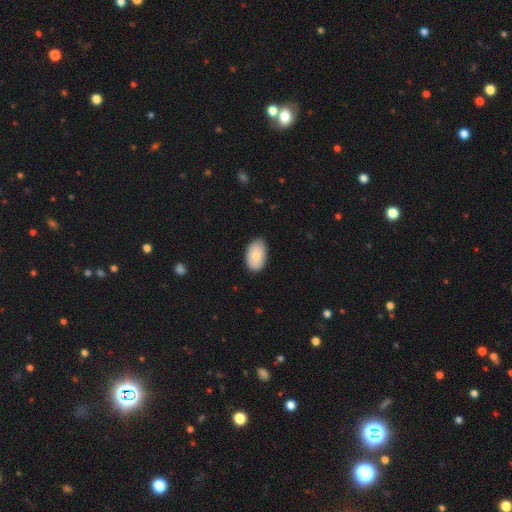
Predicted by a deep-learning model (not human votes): A smooth galaxy with no disk features (85%) that is in between round and cigar-shaped (94%). Merging: none (85%).